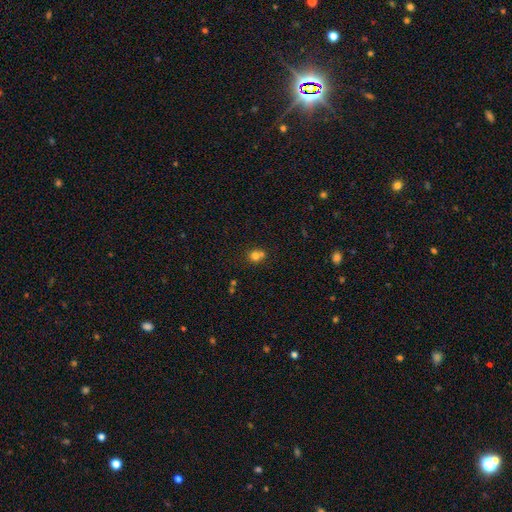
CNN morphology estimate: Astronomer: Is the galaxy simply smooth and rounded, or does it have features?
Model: smooth — 75%.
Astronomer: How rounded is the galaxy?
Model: round — 81%.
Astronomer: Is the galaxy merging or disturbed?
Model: none — 45% (runner-up: merger, 44%).